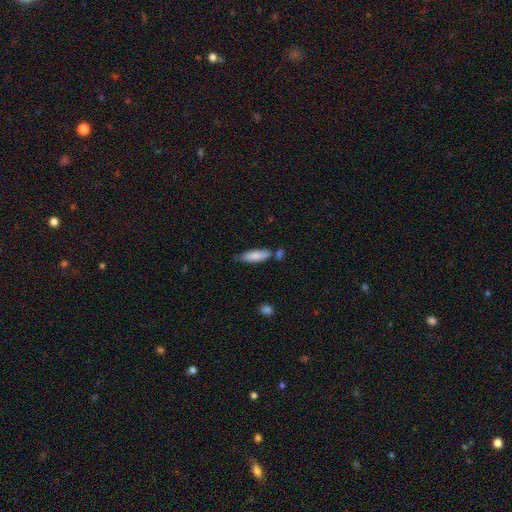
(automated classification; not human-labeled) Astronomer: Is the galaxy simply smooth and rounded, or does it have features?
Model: smooth — 83%.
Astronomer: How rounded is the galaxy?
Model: cigar-shaped — 54% (runner-up: in between, 45%).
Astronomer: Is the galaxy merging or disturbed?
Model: none — 61%.